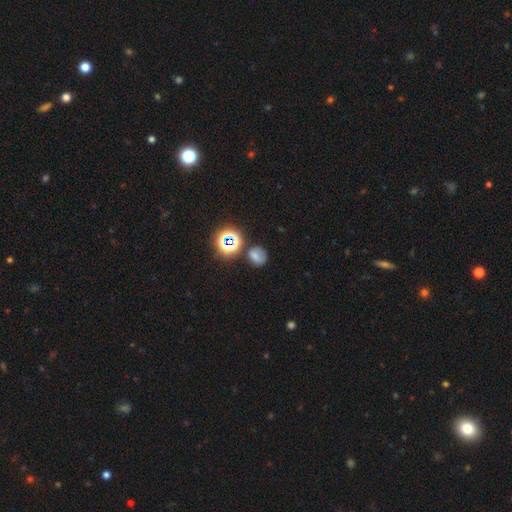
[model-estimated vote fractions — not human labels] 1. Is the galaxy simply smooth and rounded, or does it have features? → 62% smooth, 26% star or artifact, 12% featured or disk.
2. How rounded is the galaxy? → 62% round, 36% in between, 1% cigar-shaped.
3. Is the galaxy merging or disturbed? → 71% none, 16% minor disturbance, 7% major disturbance, 7% merger.